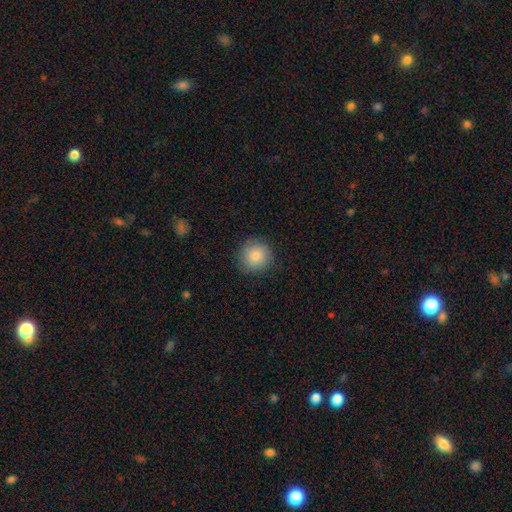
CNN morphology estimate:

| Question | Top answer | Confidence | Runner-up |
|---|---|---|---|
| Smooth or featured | smooth | 86% | star or artifact (8%) |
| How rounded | round | 93% | in between (6%) |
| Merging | none | 88% | minor disturbance (8%) |